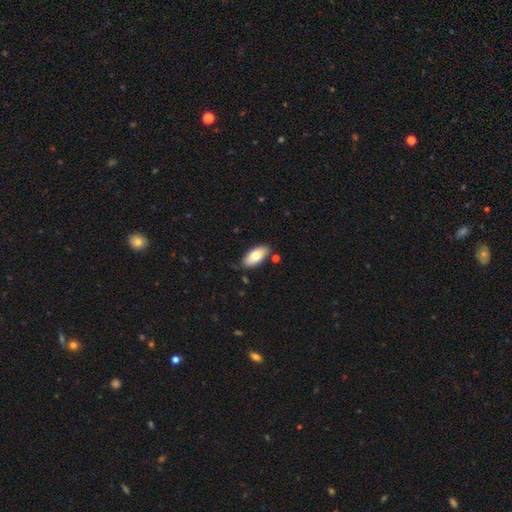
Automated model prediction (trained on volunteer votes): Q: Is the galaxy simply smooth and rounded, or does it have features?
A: smooth — 75%.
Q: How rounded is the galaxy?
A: in between — 92%.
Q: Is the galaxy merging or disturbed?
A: none — 81%.